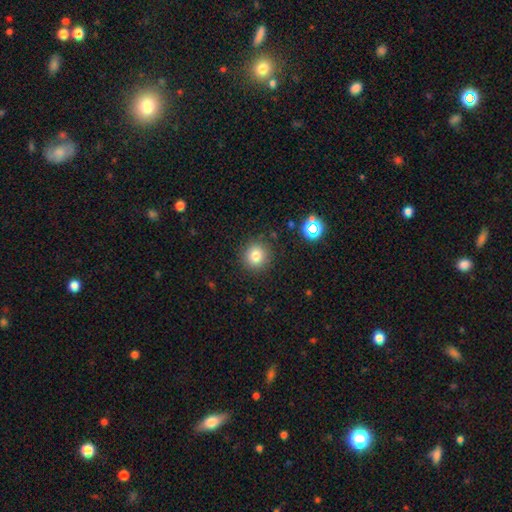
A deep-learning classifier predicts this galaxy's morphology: Smooth or featured? smooth (79%)
How rounded? round (91%)
Merging? none (88%)